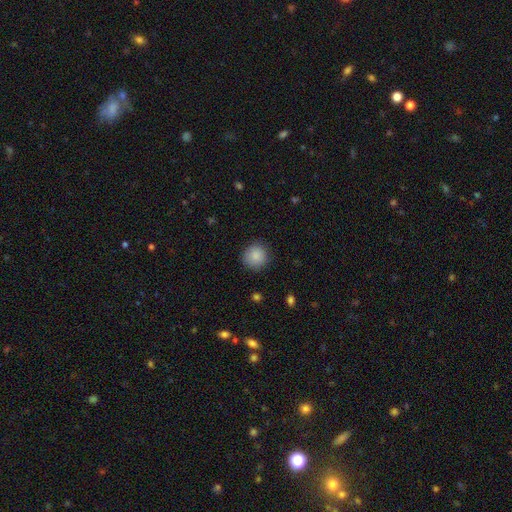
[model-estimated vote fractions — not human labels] Q: Smooth or featured?
A: smooth (87%); runner-up: star or artifact (8%)
Q: How rounded?
A: round (92%); runner-up: in between (7%)
Q: Merging?
A: none (87%); runner-up: minor disturbance (9%)